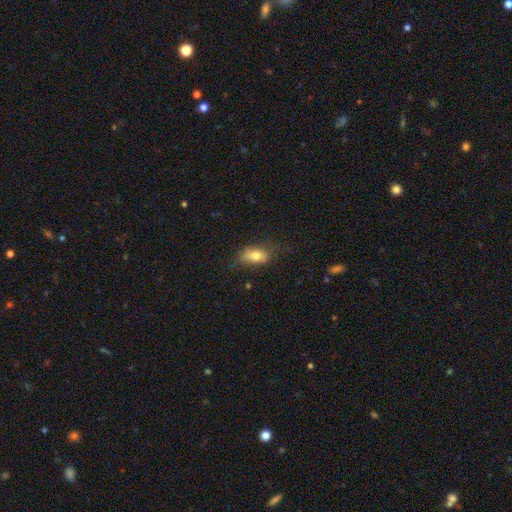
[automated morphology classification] This is likely a smooth galaxy (74%). How rounded: clearly in between (85%). Merging: likely none (66%).